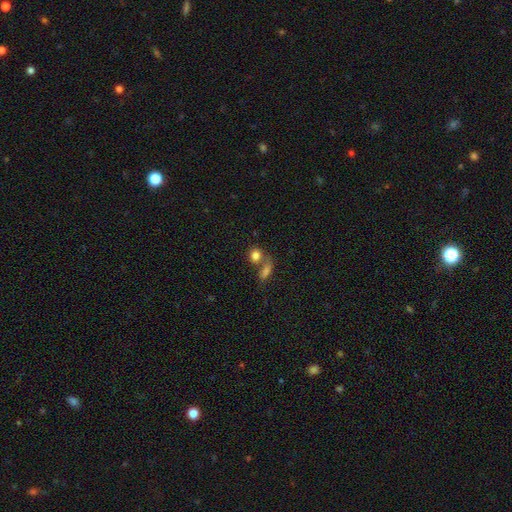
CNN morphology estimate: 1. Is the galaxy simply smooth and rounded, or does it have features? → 81% smooth, 10% star or artifact, 9% featured or disk.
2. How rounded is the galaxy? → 66% round, 31% in between, 3% cigar-shaped.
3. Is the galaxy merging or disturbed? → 43% none, 42% merger, 9% minor disturbance, 5% major disturbance.